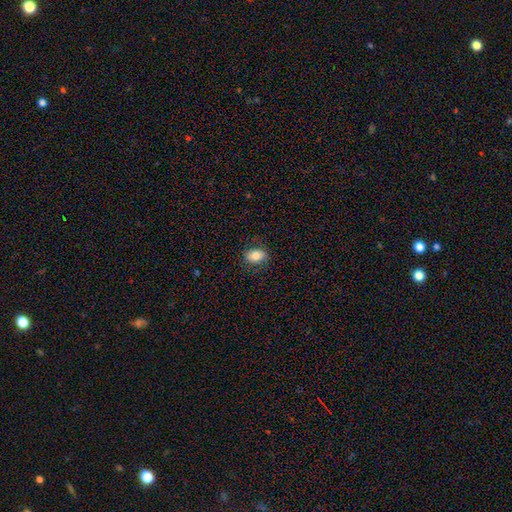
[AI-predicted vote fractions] The model was most divided on "how rounded": in between: 76%, round: 22%, cigar-shaped: 1%. More confident: merging — none (82%); smooth or featured — smooth (81%).